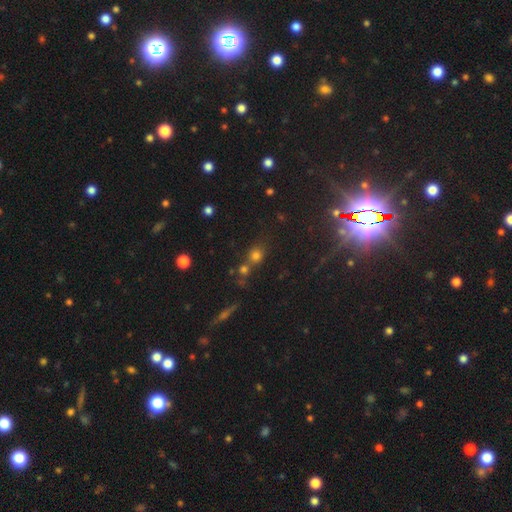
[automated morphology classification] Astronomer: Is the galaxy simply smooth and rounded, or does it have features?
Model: smooth — 58%.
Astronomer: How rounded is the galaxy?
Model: round — 83%.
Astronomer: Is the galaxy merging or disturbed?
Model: none — 59%.